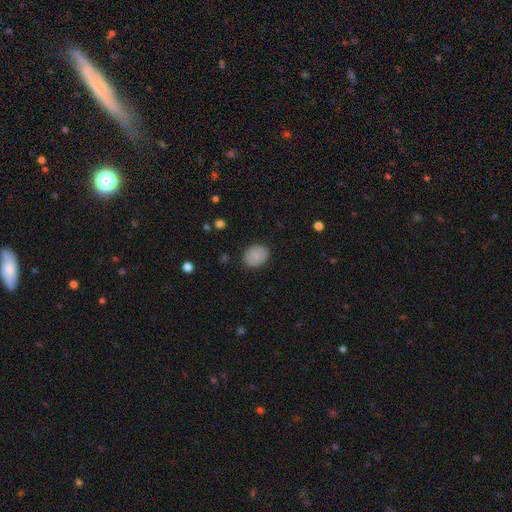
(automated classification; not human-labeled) A smooth galaxy with no disk features (87%) that is in between round and cigar-shaped (56%).

Vote fractions:
- Smooth or featured? smooth: 87% / star or artifact: 8% / featured or disk: 5%
- How rounded? in between: 56% / round: 43% / cigar-shaped: 1%
- Merging? none: 87% / minor disturbance: 9% / major disturbance: 3% / merger: 1%